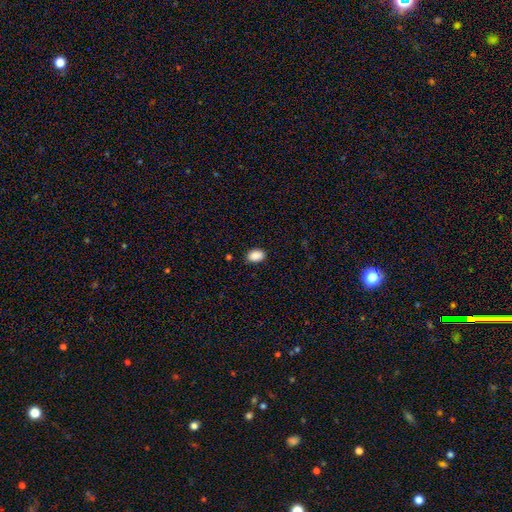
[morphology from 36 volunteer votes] Smooth or featured: smooth — 97% (star or artifact — 3%)
How rounded: in between — 91% (round — 6%)
Merging: none — 80% (minor disturbance — 17%)